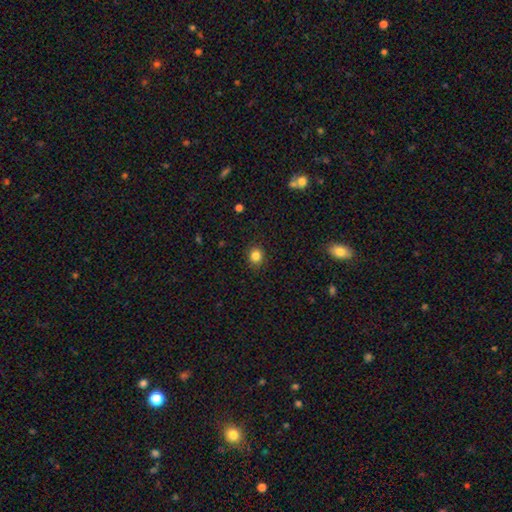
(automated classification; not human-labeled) This appears to be a smooth galaxy with no disk features (84%) that is round (79%). Merging: none (89%).